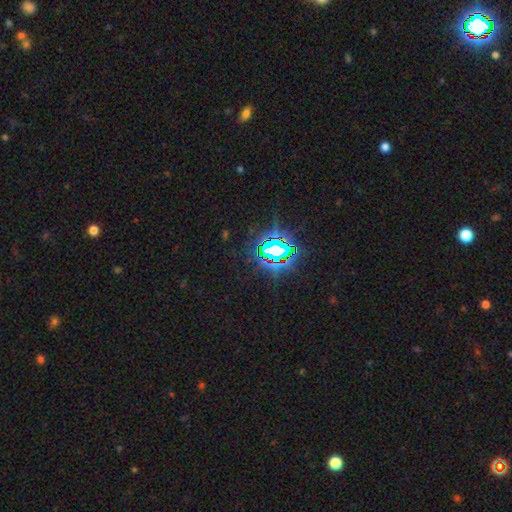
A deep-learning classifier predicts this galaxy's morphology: type=star or artifact (80%).